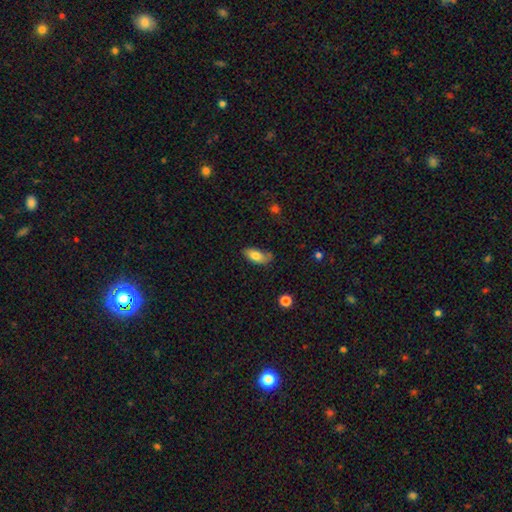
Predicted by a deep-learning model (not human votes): Overall: smooth (74%). How rounded: in between (90%). Merging: none (58%; minor disturbance 29%).